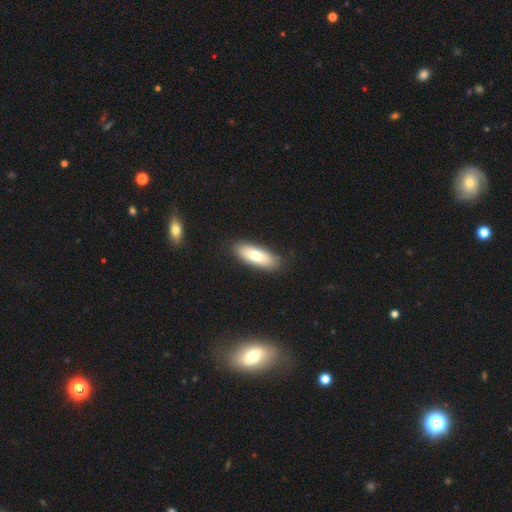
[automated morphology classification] A smooth galaxy with no disk features (71%) that is in between round and cigar-shaped (73%).

Vote fractions:
- Smooth or featured? smooth: 71% / featured or disk: 24% / star or artifact: 6%
- How rounded? in between: 73% / cigar-shaped: 25% / round: 2%
- Merging? none: 86% / minor disturbance: 10% / major disturbance: 2% / merger: 1%